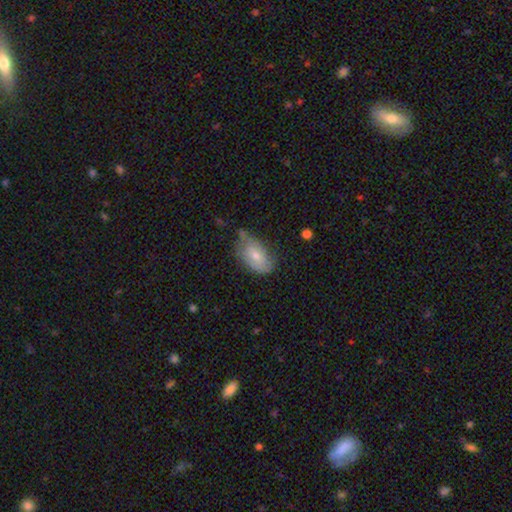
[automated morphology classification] Q: Smooth or featured?
A: smooth (55%); runner-up: featured or disk (36%)
Q: How rounded?
A: in between (91%); runner-up: round (7%)
Q: Merging?
A: none (55%); runner-up: minor disturbance (34%)